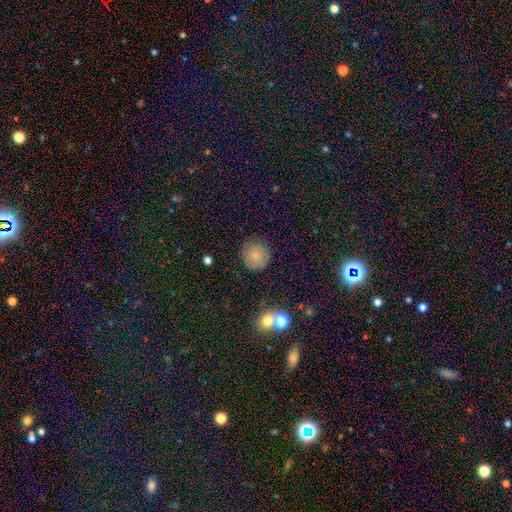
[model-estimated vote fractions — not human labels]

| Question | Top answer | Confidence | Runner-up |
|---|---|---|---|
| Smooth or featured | smooth | 81% | star or artifact (11%) |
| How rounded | round | 93% | in between (6%) |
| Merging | none | 85% | minor disturbance (10%) |